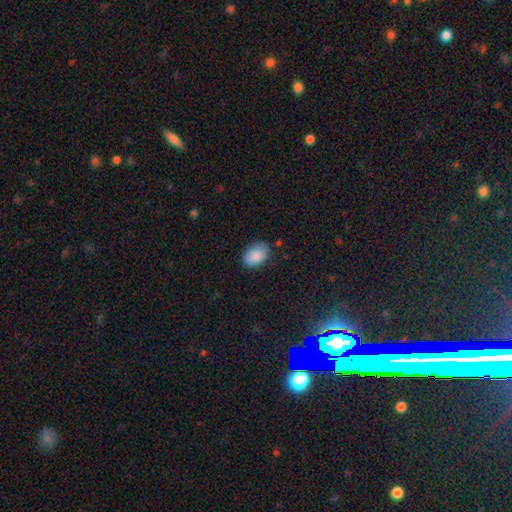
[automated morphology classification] Smooth or featured: smooth — 88% (star or artifact — 7%)
How rounded: in between — 86% (round — 13%)
Merging: none — 76% (minor disturbance — 18%)